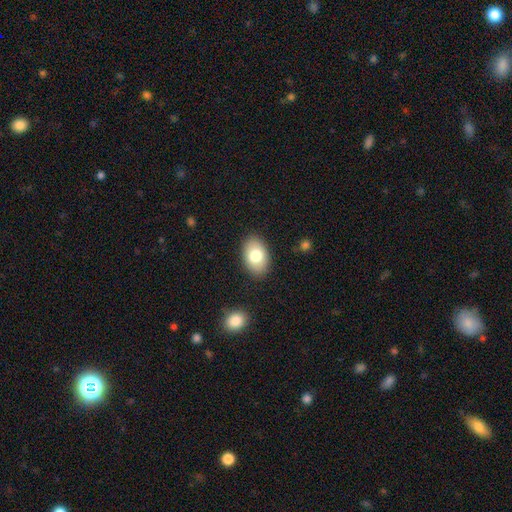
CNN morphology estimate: Smooth or featured? smooth (79%)
How rounded? in between (89%)
Merging? none (88%)